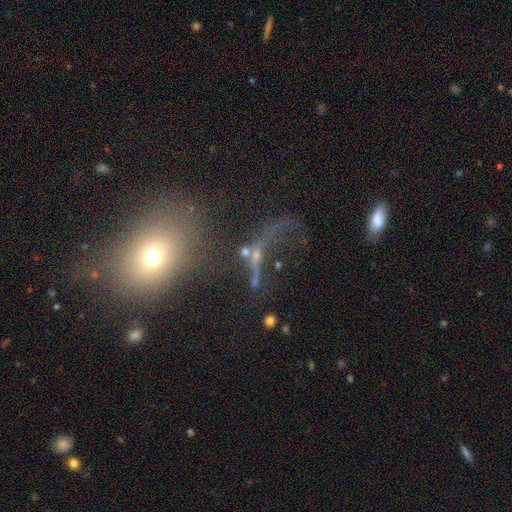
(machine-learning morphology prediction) The model was most divided on "merging": none: 31%, major disturbance: 30%, merger: 26%, minor disturbance: 13%. Remaining: smooth or featured — featured or disk (44%).